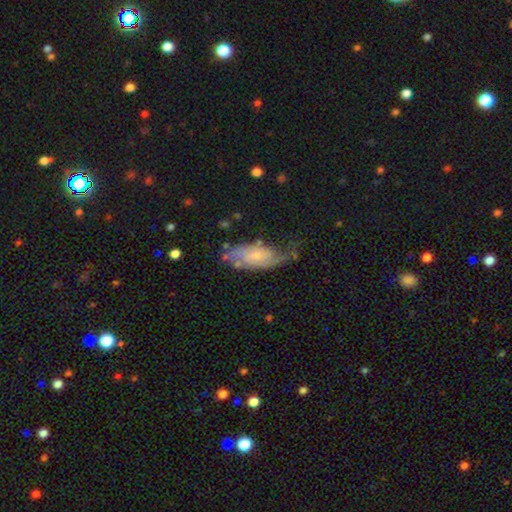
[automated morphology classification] type=featured or disk (52%); edge-on=no (90%); merging=none (41%).